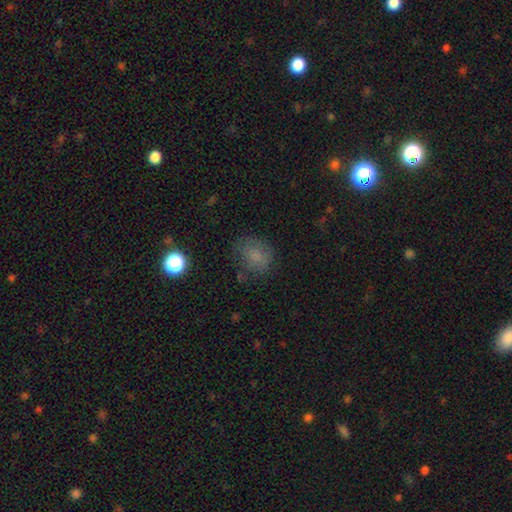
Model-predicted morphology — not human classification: type=smooth (74%); roundness=round (60%); merging=none (66%).